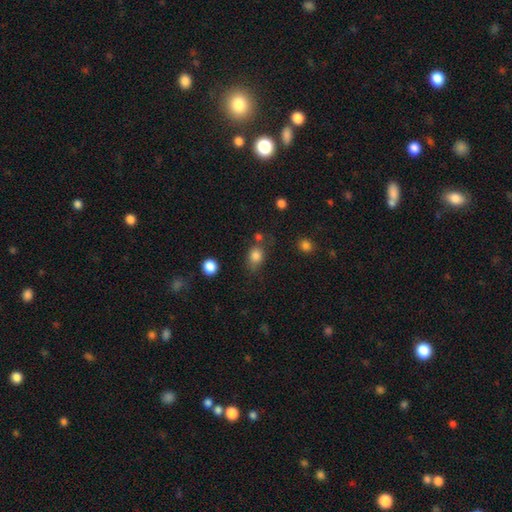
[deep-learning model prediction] Overall: smooth (81%). How rounded: round (51%; in between 48%). Merging: none (58%; minor disturbance 22%).